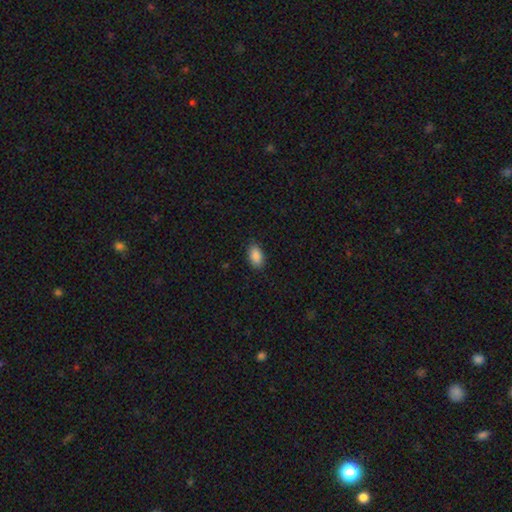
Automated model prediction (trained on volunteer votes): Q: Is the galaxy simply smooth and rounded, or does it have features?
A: smooth — 89%.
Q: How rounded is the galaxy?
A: in between — 93%.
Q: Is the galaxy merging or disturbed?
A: none — 87%.